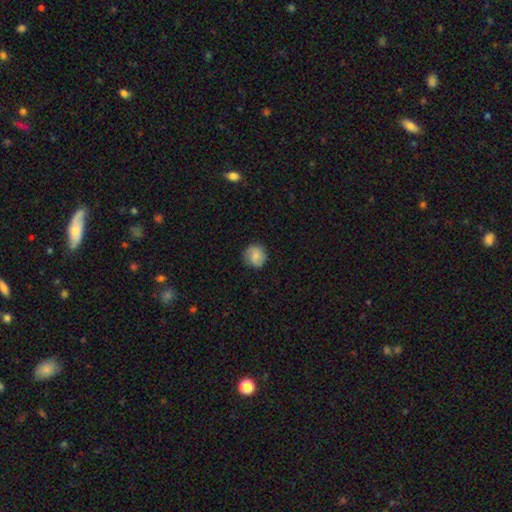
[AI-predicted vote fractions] smooth_or_featured: smooth (p=0.79) [alt: featured or disk p=0.13]
how_rounded: round (p=0.91) [alt: in between p=0.08]
merging: none (p=0.86) [alt: minor disturbance p=0.11]